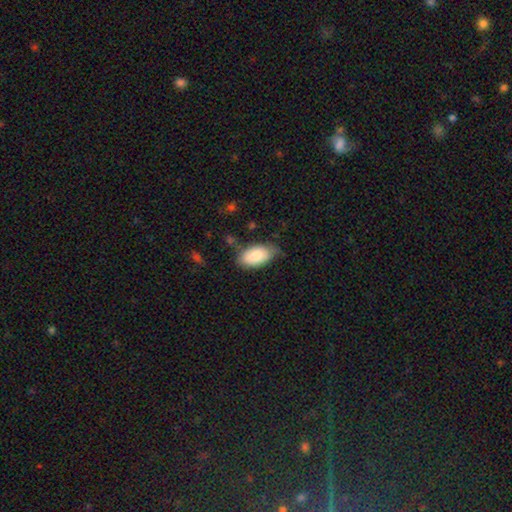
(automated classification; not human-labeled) A smooth galaxy with no disk features (86%) that is in between round and cigar-shaped (95%).

Vote fractions:
- Smooth or featured? smooth: 86% / featured or disk: 8% / star or artifact: 6%
- How rounded? in between: 95% / round: 3% / cigar-shaped: 2%
- Merging? none: 63% / minor disturbance: 28% / major disturbance: 6% / merger: 3%